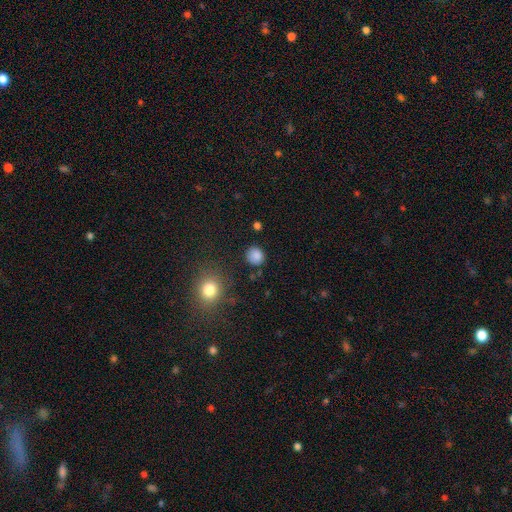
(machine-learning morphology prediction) This appears to be a smooth galaxy with no disk features (85%) that is round (88%). Merging: none (85%).